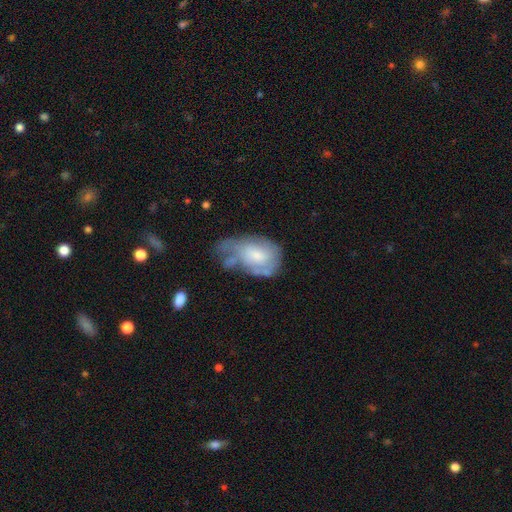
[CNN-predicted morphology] Q: Smooth or featured?
A: featured or disk (47%); runner-up: smooth (45%)
Q: Merging?
A: major disturbance (35%); runner-up: minor disturbance (31%)